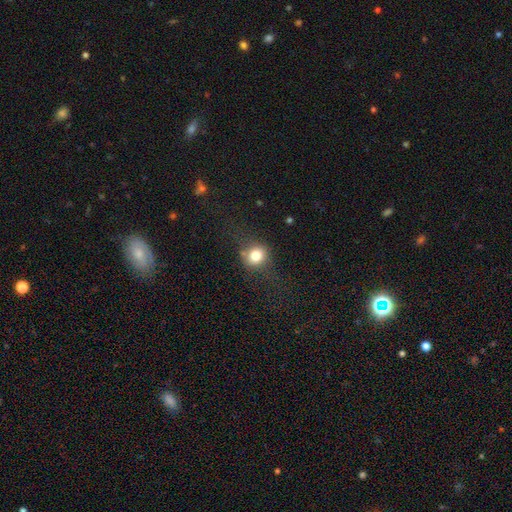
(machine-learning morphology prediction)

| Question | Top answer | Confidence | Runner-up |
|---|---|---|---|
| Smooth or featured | smooth | 78% | star or artifact (12%) |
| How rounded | round | 77% | in between (21%) |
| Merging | none | 69% | minor disturbance (18%) |